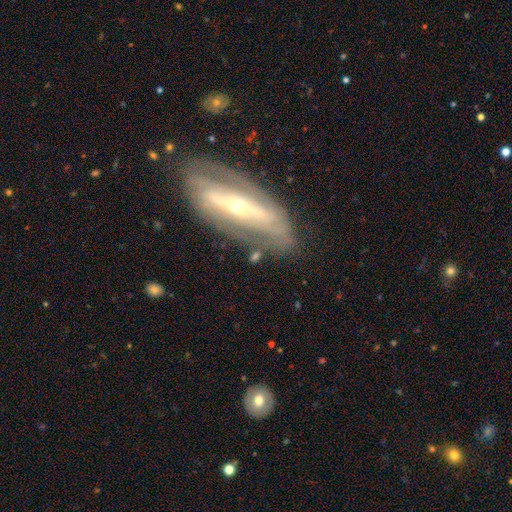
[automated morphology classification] This appears to be a featured or disk galaxy (71%). Merging: none (67%).